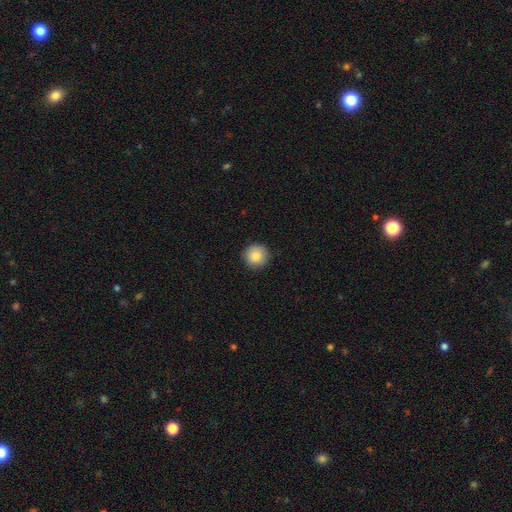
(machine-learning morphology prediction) Smooth or featured: smooth — 86% (star or artifact — 9%)
How rounded: round — 95% (in between — 4%)
Merging: none — 91% (minor disturbance — 6%)